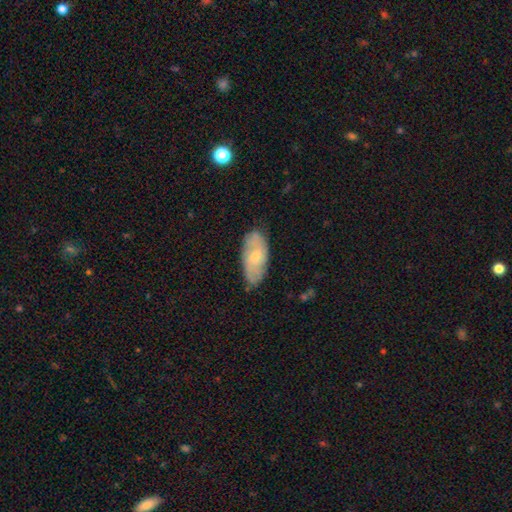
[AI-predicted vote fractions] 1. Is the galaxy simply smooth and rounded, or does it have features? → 49% smooth, 45% featured or disk, 6% star or artifact.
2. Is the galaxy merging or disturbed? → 75% none, 20% minor disturbance, 4% major disturbance, 1% merger.